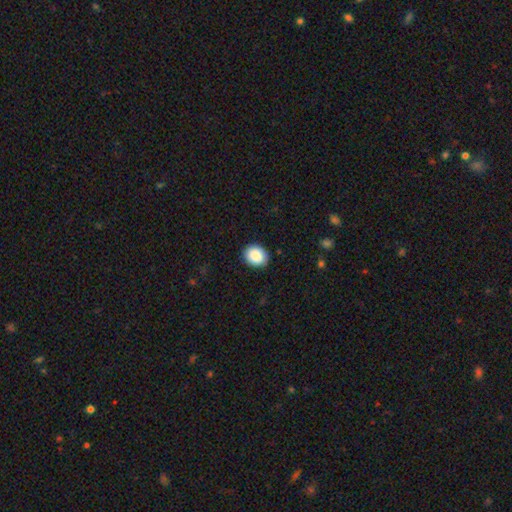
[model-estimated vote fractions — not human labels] Smooth or featured: smooth — 88% (star or artifact — 7%)
How rounded: round — 56% (in between — 44%)
Merging: none — 89% (minor disturbance — 8%)